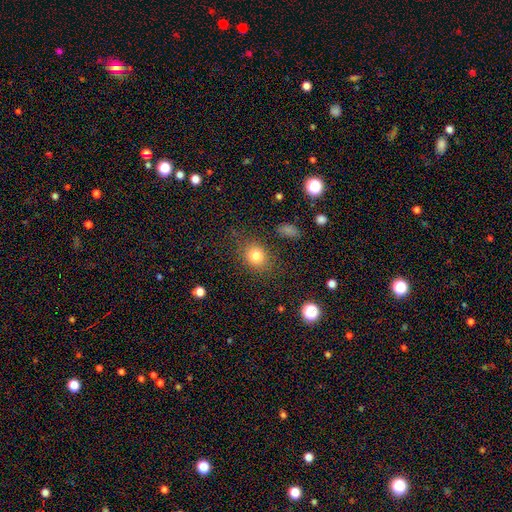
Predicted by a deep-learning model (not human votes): This is likely a smooth galaxy (79%). How rounded: possibly round (59%). Merging: likely none (80%).